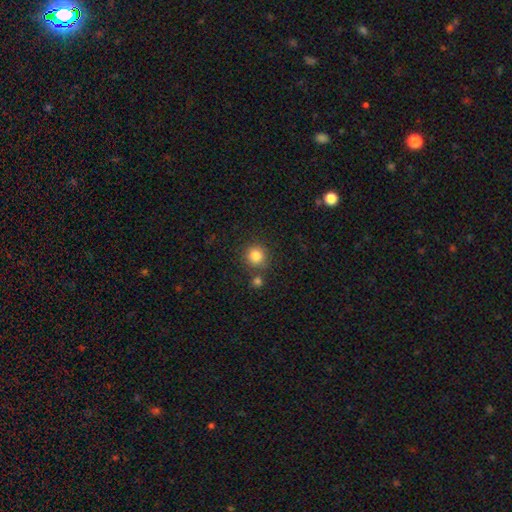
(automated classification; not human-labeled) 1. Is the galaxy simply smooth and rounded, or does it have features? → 83% smooth, 11% star or artifact, 5% featured or disk.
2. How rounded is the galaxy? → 92% round, 7% in between, 1% cigar-shaped.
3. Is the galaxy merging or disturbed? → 79% none, 10% merger, 8% minor disturbance, 3% major disturbance.